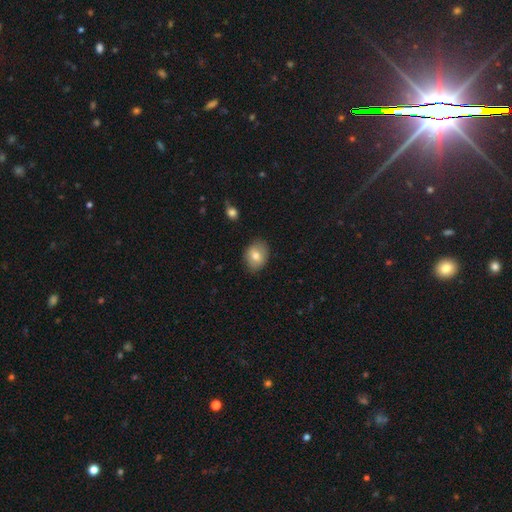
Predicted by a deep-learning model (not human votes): smooth-or-featured: smooth: 73% | featured or disk: 19% | star or artifact: 8%
  how-rounded: in between: 55% | round: 44% | cigar-shaped: 1%
  merging: none: 83% | minor disturbance: 13% | major disturbance: 3% | merger: 1%